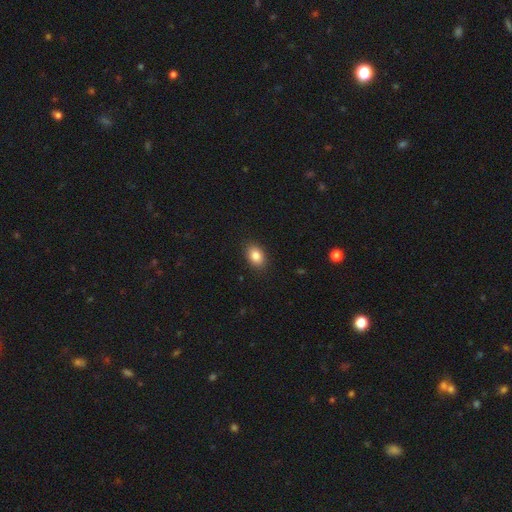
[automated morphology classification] smooth_or_featured: smooth (p=0.85) [alt: star or artifact p=0.08]
how_rounded: in between (p=0.82) [alt: round p=0.17]
merging: none (p=0.89) [alt: minor disturbance p=0.08]